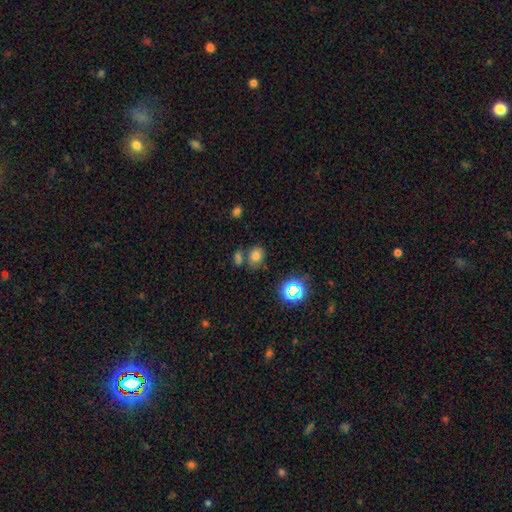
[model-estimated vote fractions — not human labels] Overall: smooth (69%). How rounded: round (54%; in between 45%). Merging: none (61%; merger 23%).